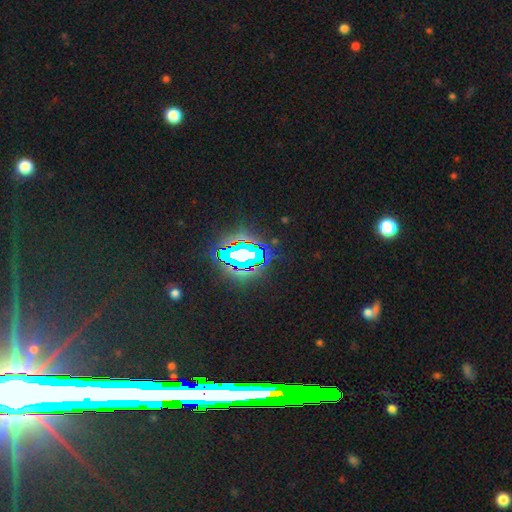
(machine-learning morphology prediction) A star or artifact, not a galaxy (70%).

Vote fractions:
- Smooth or featured? star or artifact: 70% / smooth: 16% / featured or disk: 15%